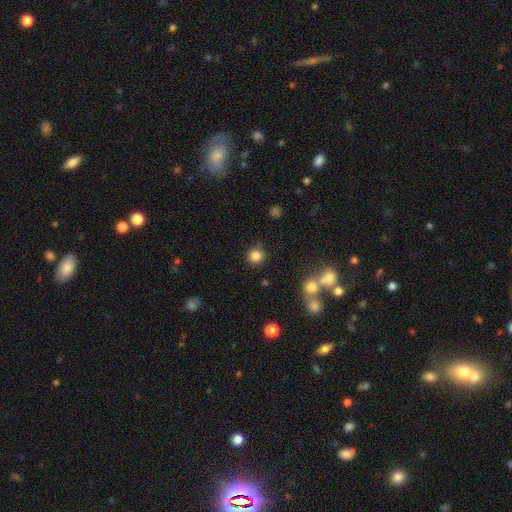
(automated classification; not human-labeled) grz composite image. It shows a smooth galaxy with no disk features (84%) that is round (92%). Merging: none (84%).